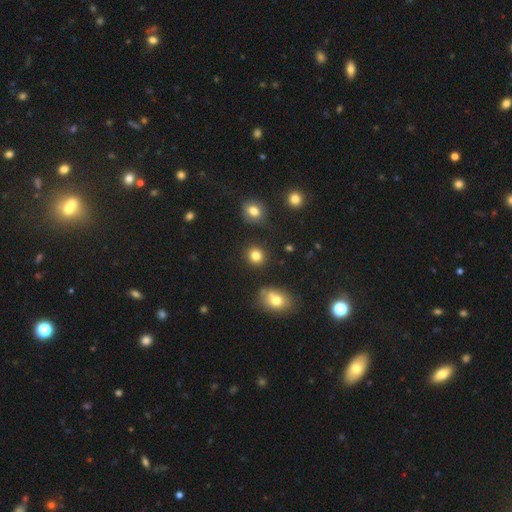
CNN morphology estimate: A smooth galaxy with no disk features (83%) that is round (86%).

Vote fractions:
- Smooth or featured? smooth: 83% / star or artifact: 12% / featured or disk: 5%
- How rounded? round: 86% / in between: 13% / cigar-shaped: 1%
- Merging? none: 88% / minor disturbance: 7% / merger: 3% / major disturbance: 2%